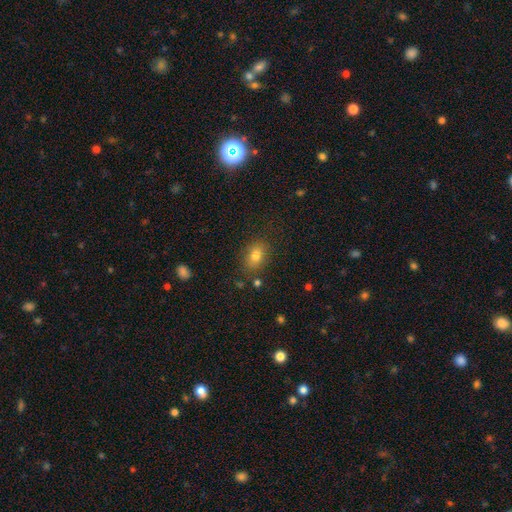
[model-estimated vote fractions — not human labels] The model was most divided on "how rounded": in between: 71%, round: 27%, cigar-shaped: 2%. More confident: merging — none (81%); smooth or featured — smooth (78%).